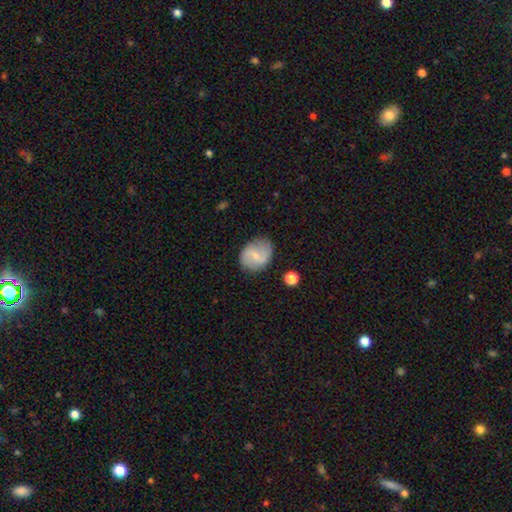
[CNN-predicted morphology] Smooth or featured?
  - smooth: 49% *
  - featured or disk: 44%
  - star or artifact: 7%
Merging?
  - none: 77% *
  - minor disturbance: 17%
  - major disturbance: 4%
  - merger: 2%